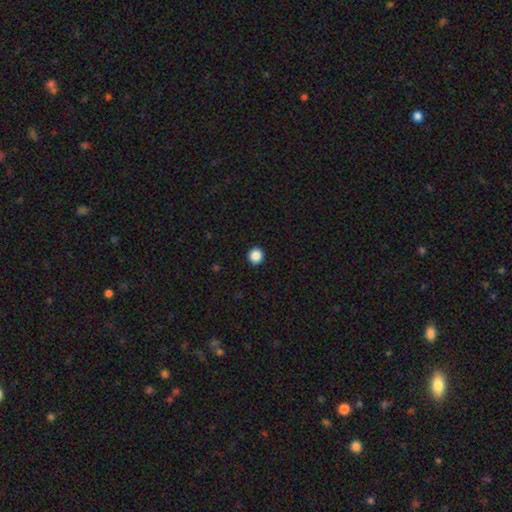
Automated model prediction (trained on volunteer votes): Q: Smooth or featured?
A: smooth (88%); runner-up: star or artifact (10%)
Q: How rounded?
A: round (94%); runner-up: in between (5%)
Q: Merging?
A: none (94%); runner-up: minor disturbance (4%)